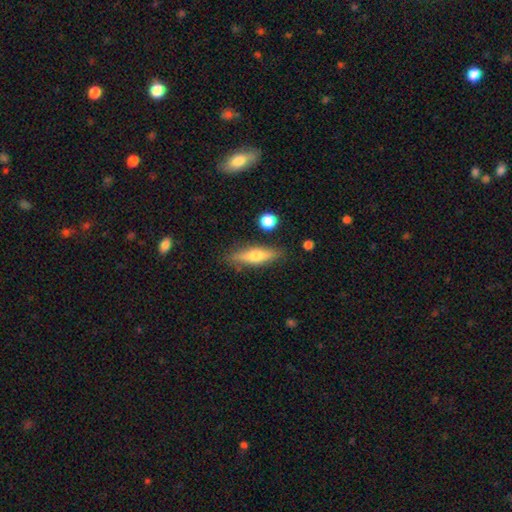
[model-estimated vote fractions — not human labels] The model was most divided on "smooth or featured": smooth: 49%, featured or disk: 44%, star or artifact: 7%. More confident: merging — none (85%).